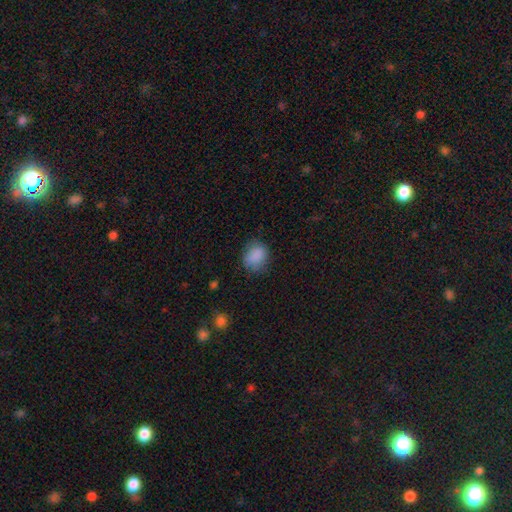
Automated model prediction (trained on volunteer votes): Morphology: type=smooth (86%); roundness=round (51%); merging=none (73%).